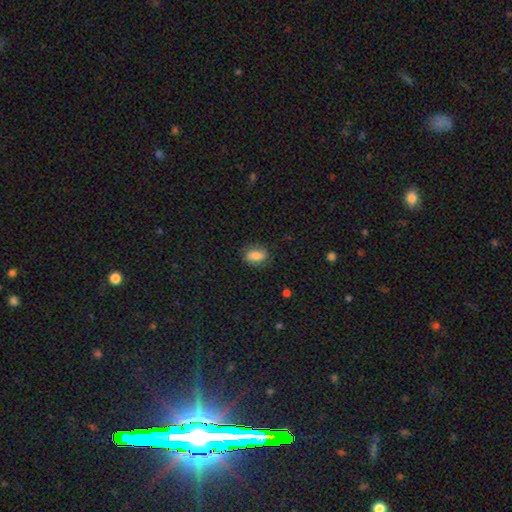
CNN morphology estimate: A smooth galaxy with no disk features (78%) that is in between round and cigar-shaped (81%). Merging: none (79%).